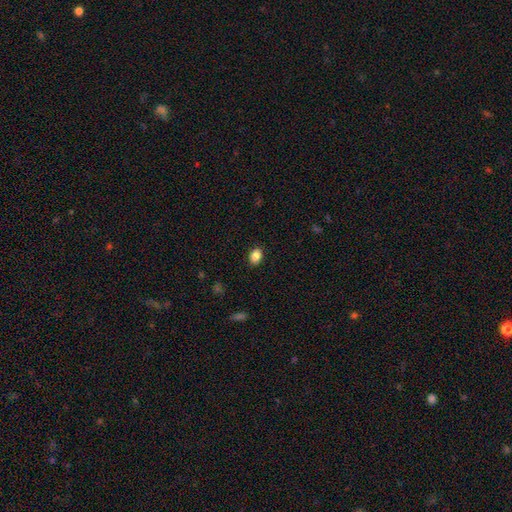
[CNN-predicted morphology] Smooth or featured: smooth — 87% (star or artifact — 9%)
How rounded: in between — 74% (round — 25%)
Merging: none — 89% (minor disturbance — 8%)